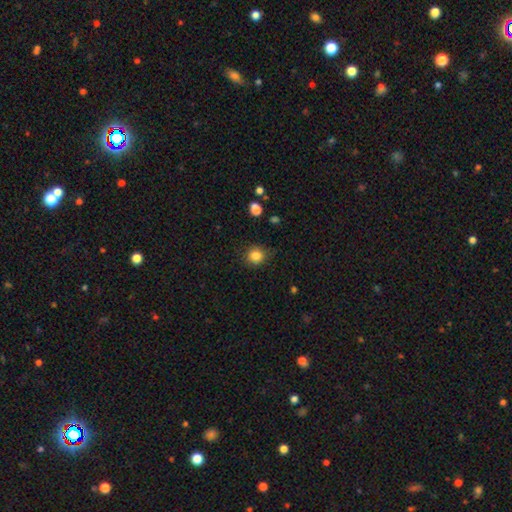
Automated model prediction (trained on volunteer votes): Smooth or featured? Predicted: smooth (p=0.84). How rounded? Predicted: round (p=0.89). Merging? Predicted: none (p=0.85).